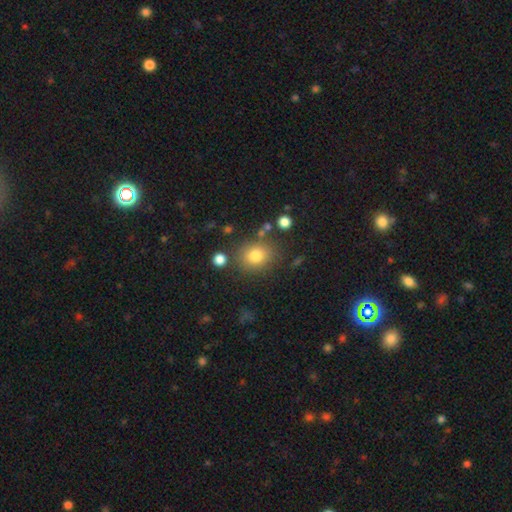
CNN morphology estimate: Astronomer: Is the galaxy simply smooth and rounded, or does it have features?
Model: smooth — 79%.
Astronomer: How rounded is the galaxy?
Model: round — 70%.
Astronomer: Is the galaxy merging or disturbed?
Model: none — 79%.